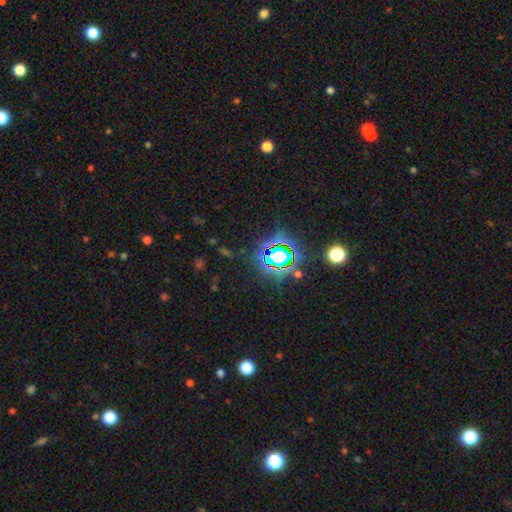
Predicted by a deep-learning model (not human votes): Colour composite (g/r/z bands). It shows a star or artifact, not a galaxy (82%).